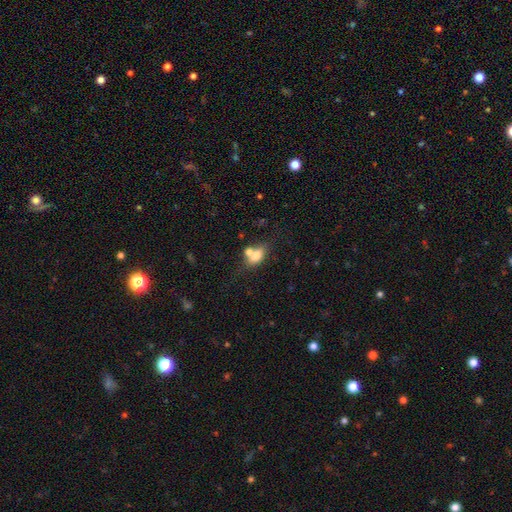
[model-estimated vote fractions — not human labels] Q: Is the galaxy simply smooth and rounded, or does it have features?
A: smooth — 69%.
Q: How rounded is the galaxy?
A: in between — 74%.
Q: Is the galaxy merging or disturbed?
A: none — 42%.